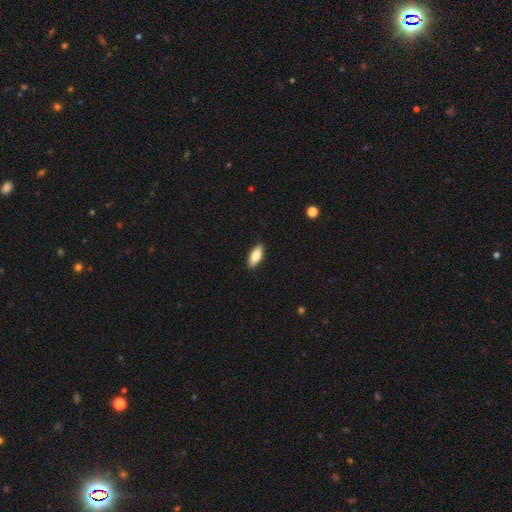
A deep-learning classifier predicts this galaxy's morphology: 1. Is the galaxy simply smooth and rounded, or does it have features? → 79% smooth, 15% featured or disk, 6% star or artifact.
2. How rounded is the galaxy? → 80% in between, 18% cigar-shaped, 2% round.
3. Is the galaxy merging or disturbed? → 89% none, 8% minor disturbance, 2% major disturbance, 1% merger.